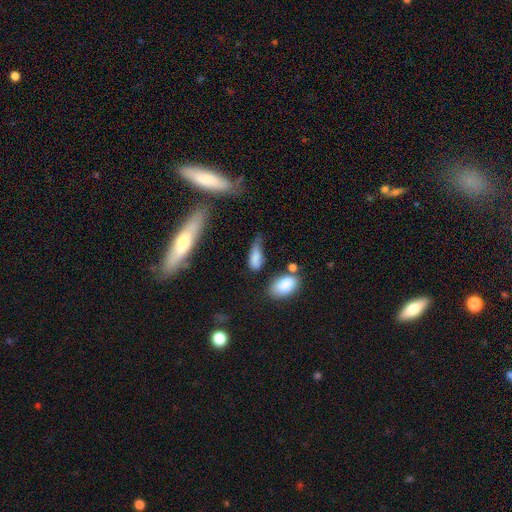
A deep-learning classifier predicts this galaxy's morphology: Smooth or featured?
  - smooth: 79% *
  - featured or disk: 12%
  - star or artifact: 9%
How rounded?
  - in between: 72% *
  - cigar-shaped: 23%
  - round: 5%
Merging?
  - minor disturbance: 40% *
  - none: 33%
  - major disturbance: 19%
  - merger: 9%